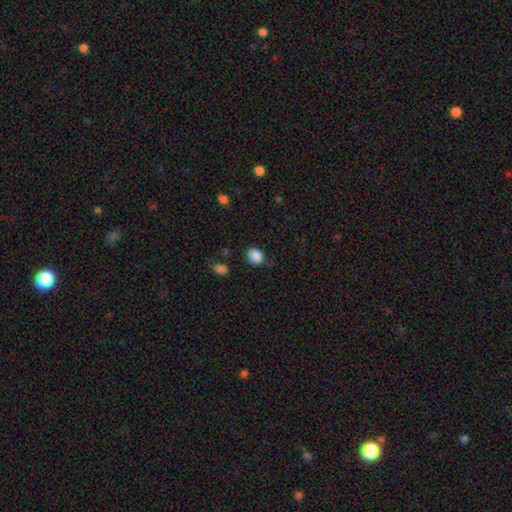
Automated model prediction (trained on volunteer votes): A smooth galaxy with no disk features (87%) that is round (54%).

Vote fractions:
- Smooth or featured? smooth: 87% / star or artifact: 9% / featured or disk: 4%
- How rounded? round: 54% / in between: 45% / cigar-shaped: 1%
- Merging? none: 77% / minor disturbance: 17% / major disturbance: 4% / merger: 2%